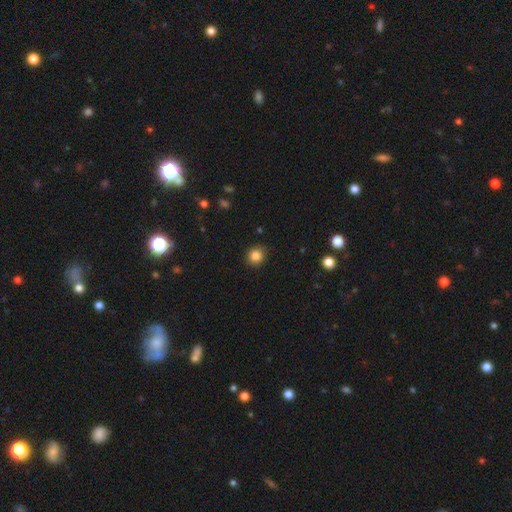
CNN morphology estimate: A smooth galaxy with no disk features (85%) that is round (83%). Merging: none (85%).